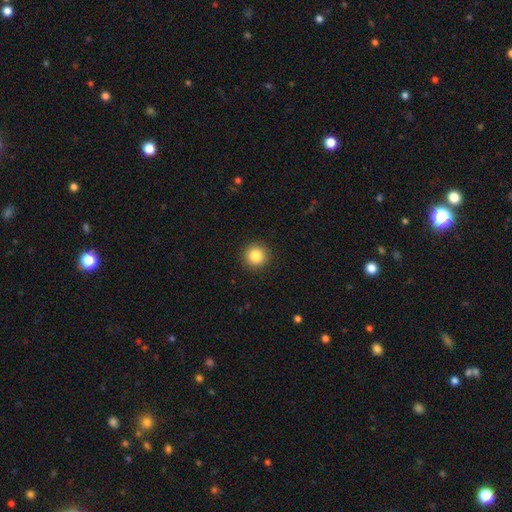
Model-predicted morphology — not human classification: Smooth or featured: smooth — 84% (star or artifact — 10%)
How rounded: round — 95% (in between — 4%)
Merging: none — 93% (minor disturbance — 5%)